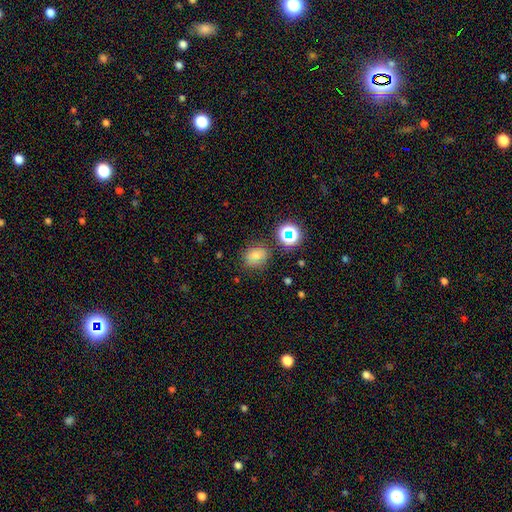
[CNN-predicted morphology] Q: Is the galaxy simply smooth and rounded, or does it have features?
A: smooth — 64%.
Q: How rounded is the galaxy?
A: round — 66%.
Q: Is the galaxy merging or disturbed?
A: none — 76%.